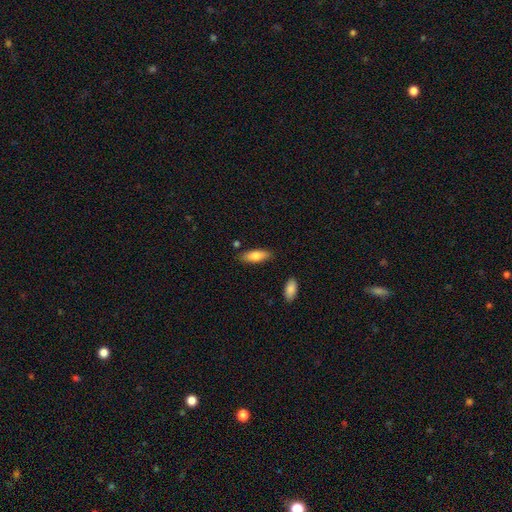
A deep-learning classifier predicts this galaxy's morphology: Smooth or featured? smooth (77%)
How rounded? in between (66%)
Merging? none (82%)